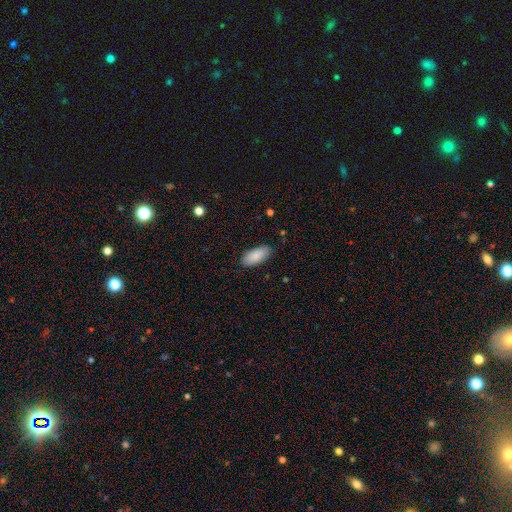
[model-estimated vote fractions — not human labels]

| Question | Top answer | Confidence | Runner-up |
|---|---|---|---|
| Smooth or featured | smooth | 87% | featured or disk (7%) |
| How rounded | in between | 90% | cigar-shaped (8%) |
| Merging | none | 85% | minor disturbance (12%) |